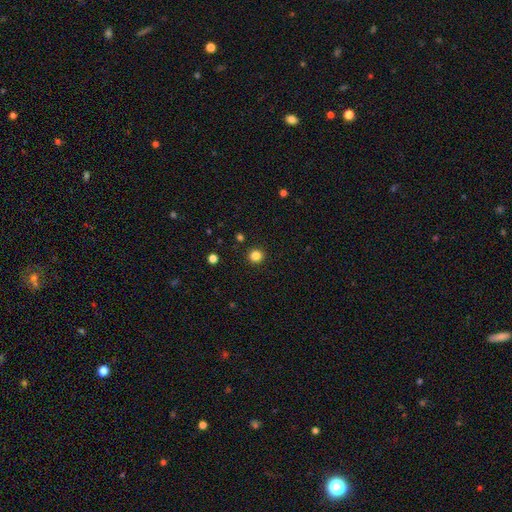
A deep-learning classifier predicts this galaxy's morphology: Smooth or featured: smooth — 84% (star or artifact — 12%)
How rounded: round — 93% (in between — 6%)
Merging: none — 93% (minor disturbance — 5%)